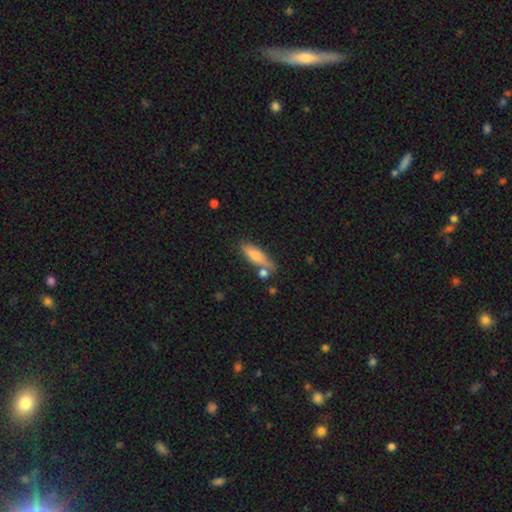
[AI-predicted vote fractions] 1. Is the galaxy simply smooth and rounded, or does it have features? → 73% smooth, 21% featured or disk, 7% star or artifact.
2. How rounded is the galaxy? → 57% cigar-shaped, 40% in between, 3% round.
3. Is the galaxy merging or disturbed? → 62% none, 19% minor disturbance, 14% merger, 5% major disturbance.